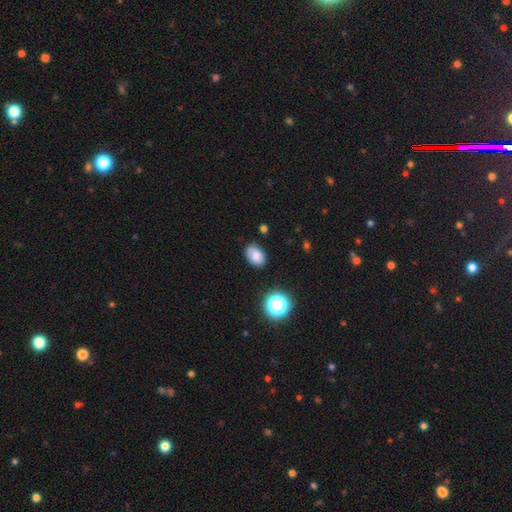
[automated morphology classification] smooth 81%, star or artifact 11%, featured or disk 8%. Down the decision tree: how rounded — in between (82%); merging — none (78%).